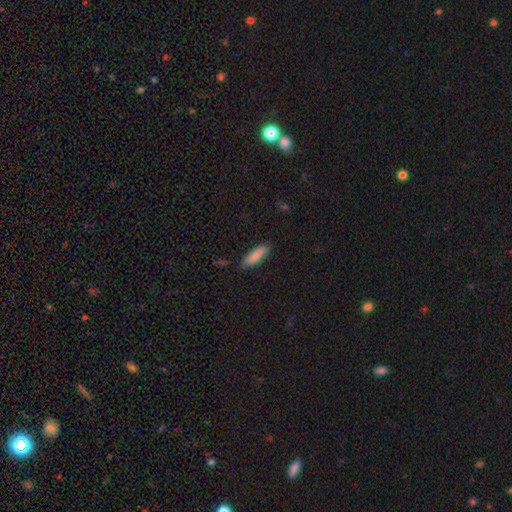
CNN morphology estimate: smooth 85%, featured or disk 9%, star or artifact 6%. Down the decision tree: how rounded — cigar-shaped (55%); merging — none (81%).